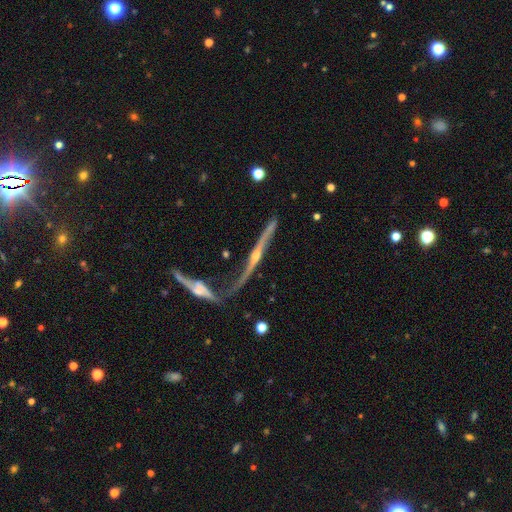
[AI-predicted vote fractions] Overall: featured or disk (86%). Edge-on disk: yes (82%). Edge-on bulge: rounded (85%). Merging: none (47%; merger 24%).